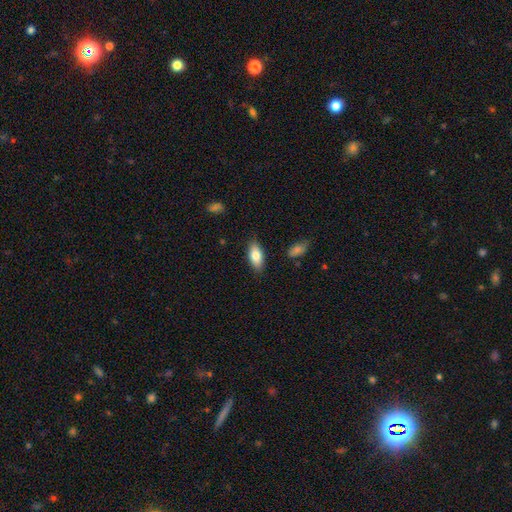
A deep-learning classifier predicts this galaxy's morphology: type=smooth (79%); roundness=in between (85%); merging=none (86%).